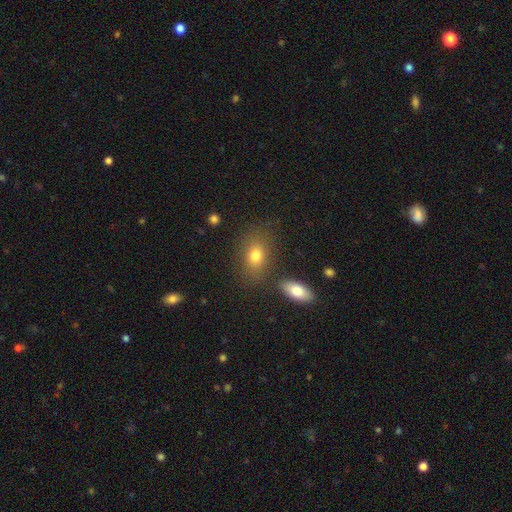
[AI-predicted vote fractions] Smooth or featured? smooth (76%)
How rounded? in between (79%)
Merging? none (74%)